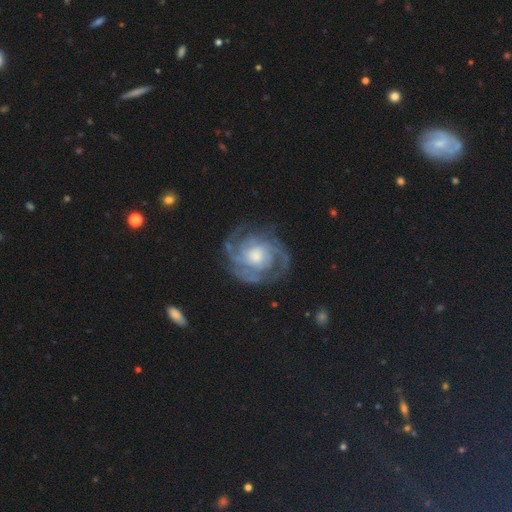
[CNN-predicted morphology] type=featured or disk (88%); edge-on=no (98%); bar=no (73%); spiral arms=yes (96%); winding=tight (65%); arm count=3 (28%); bulge=moderate (53%); merging=none (77%).